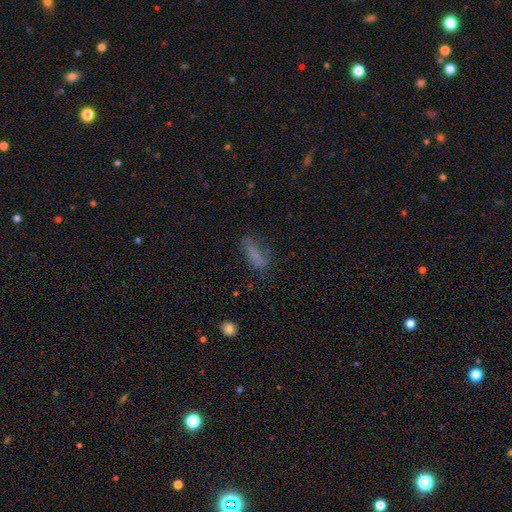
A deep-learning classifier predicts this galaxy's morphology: This is likely a smooth galaxy (65%). How rounded: possibly in between (60%). Merging: possibly none (46%).